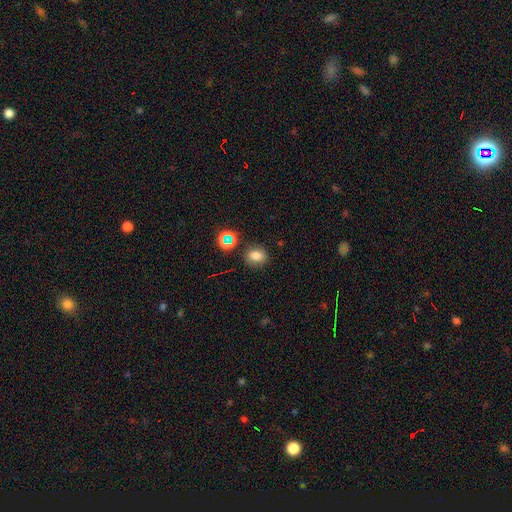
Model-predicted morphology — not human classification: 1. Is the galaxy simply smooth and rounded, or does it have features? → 74% smooth, 18% star or artifact, 8% featured or disk.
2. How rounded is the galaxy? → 53% round, 45% in between, 1% cigar-shaped.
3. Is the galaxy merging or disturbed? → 82% none, 11% minor disturbance, 4% merger, 3% major disturbance.